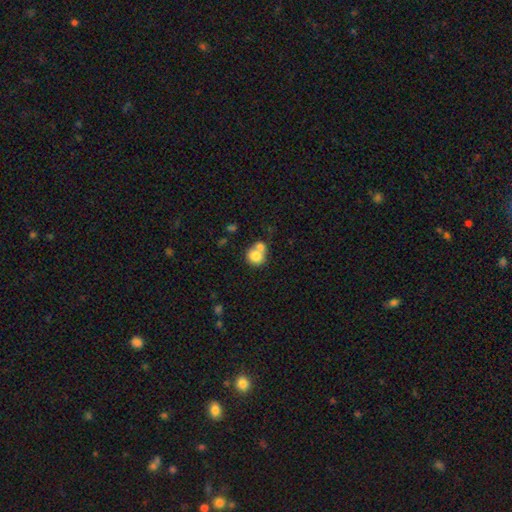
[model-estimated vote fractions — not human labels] This appears to be a smooth galaxy with no disk features (78%) that is round (83%). Merging: merger (51%).